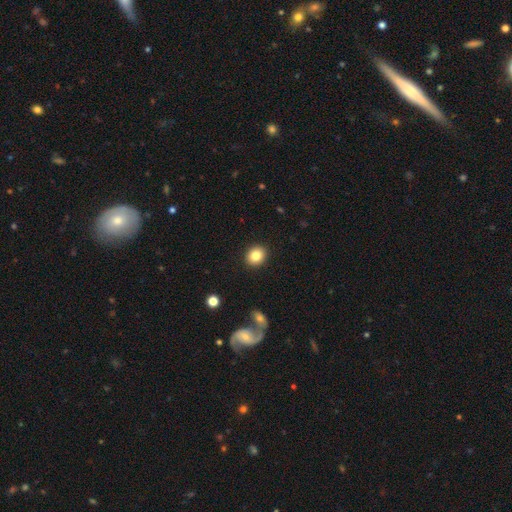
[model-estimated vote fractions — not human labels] smooth-or-featured: smooth: 84% | star or artifact: 10% | featured or disk: 7%
  how-rounded: round: 69% | in between: 30% | cigar-shaped: 1%
  merging: none: 92% | minor disturbance: 6% | major disturbance: 2% | merger: 1%